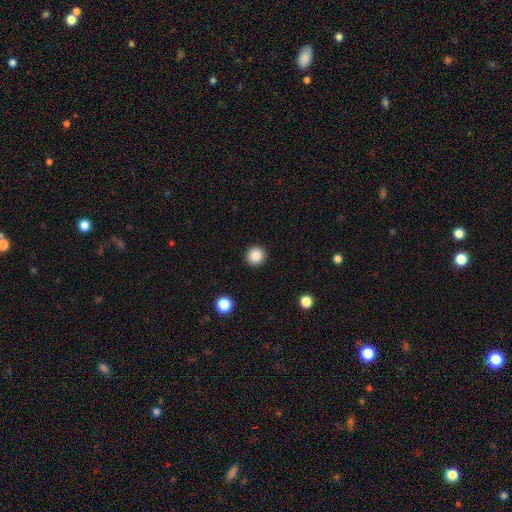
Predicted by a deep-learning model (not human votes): Morphology: type=smooth (85%); roundness=round (95%); merging=none (93%).